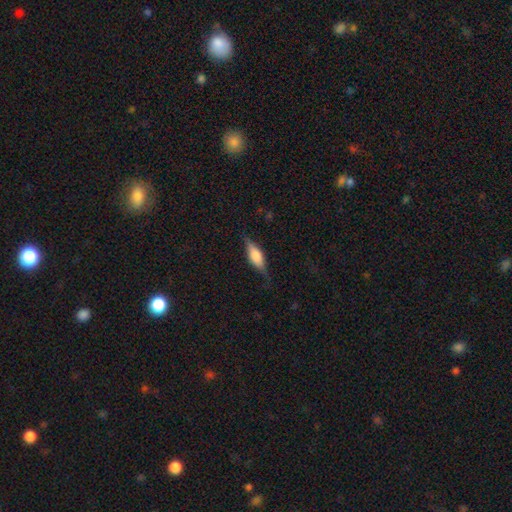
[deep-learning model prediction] This appears to be a smooth galaxy with no disk features (51%) that is in between round and cigar-shaped (64%). Merging: none (74%).